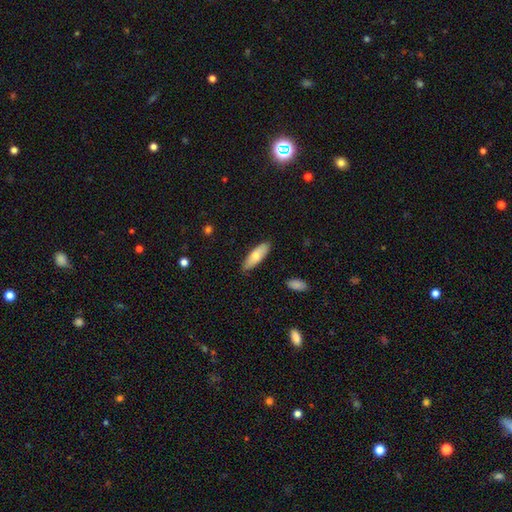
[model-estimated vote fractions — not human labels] This appears to be a smooth galaxy with no disk features (73%) that is in between round and cigar-shaped (58%). Merging: none (87%).